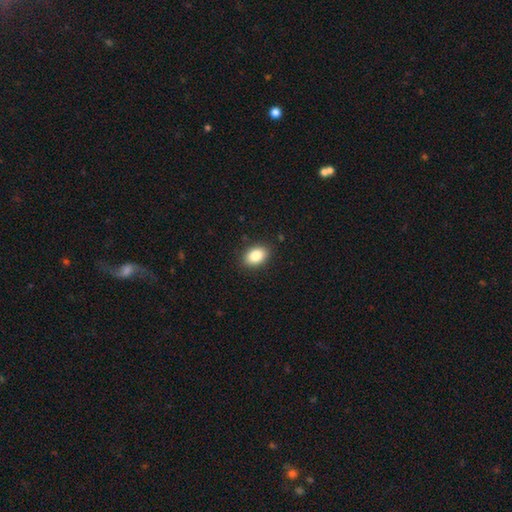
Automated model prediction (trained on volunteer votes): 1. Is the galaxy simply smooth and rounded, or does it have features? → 85% smooth, 8% star or artifact, 7% featured or disk.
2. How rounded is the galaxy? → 83% in between, 16% round, 1% cigar-shaped.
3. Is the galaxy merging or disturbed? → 88% none, 8% minor disturbance, 2% major disturbance, 1% merger.